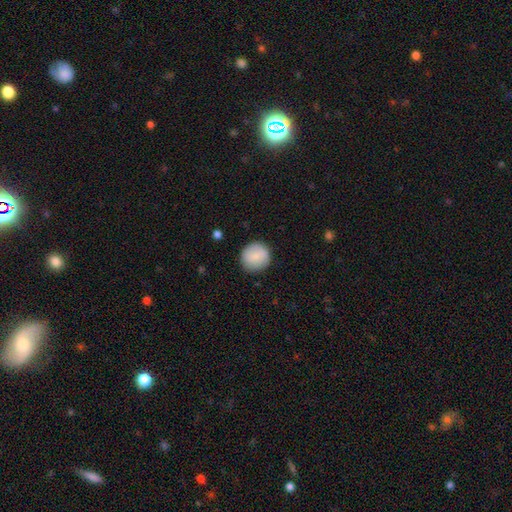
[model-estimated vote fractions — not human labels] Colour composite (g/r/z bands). It shows a smooth galaxy with no disk features (83%) that is round (91%). Merging: none (88%).